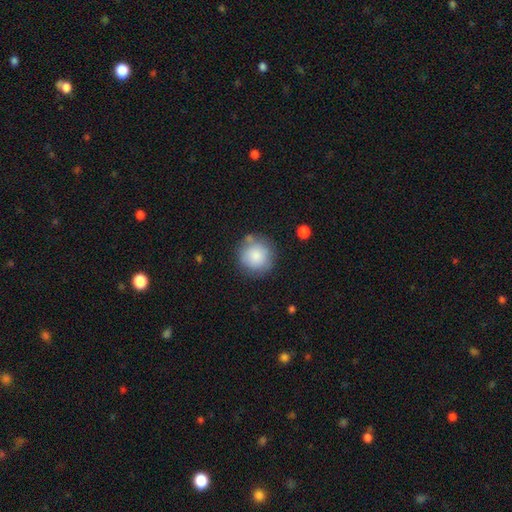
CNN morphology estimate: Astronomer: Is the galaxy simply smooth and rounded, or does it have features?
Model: smooth — 84%.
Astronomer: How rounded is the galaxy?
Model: round — 93%.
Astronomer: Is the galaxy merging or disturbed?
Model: none — 74%.